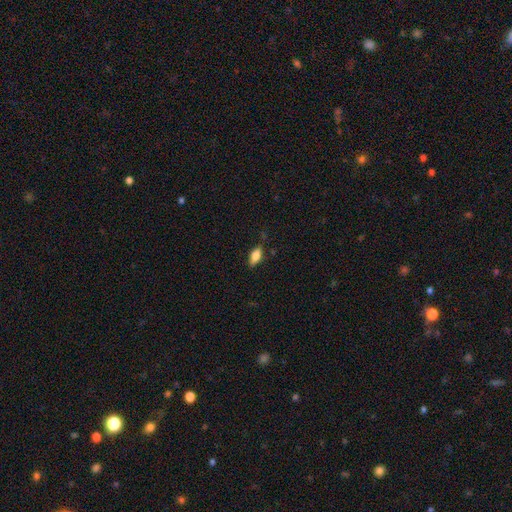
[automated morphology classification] Smooth or featured? smooth (78%)
How rounded? in between (83%)
Merging? none (79%)